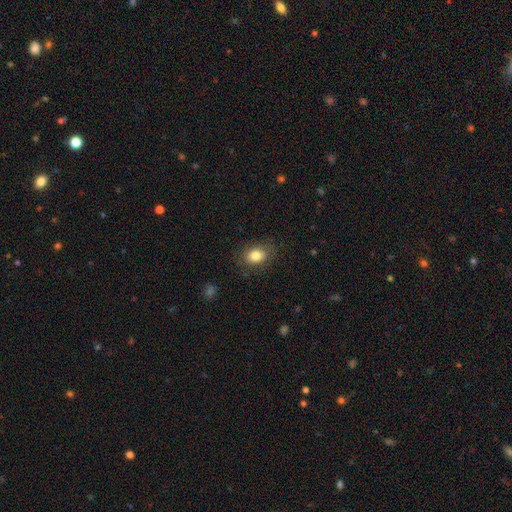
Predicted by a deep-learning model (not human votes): Smooth or featured? Predicted: smooth (p=0.81). How rounded? Predicted: in between (p=0.76). Merging? Predicted: none (p=0.83).